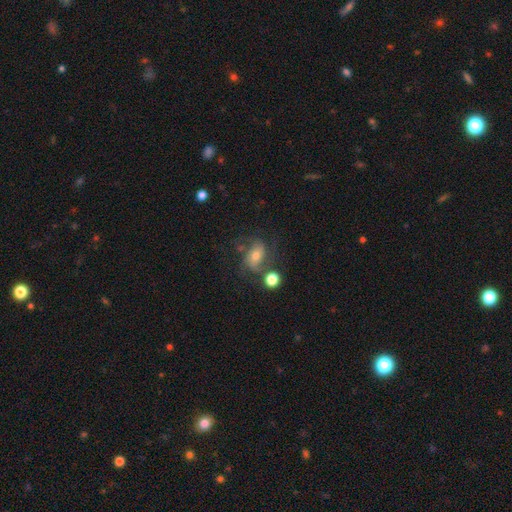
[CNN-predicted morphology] A featured or disk galaxy (55%) with no bar (55%), spiral arms (80%) and a moderate central bulge (57%). Merging: none (51%).